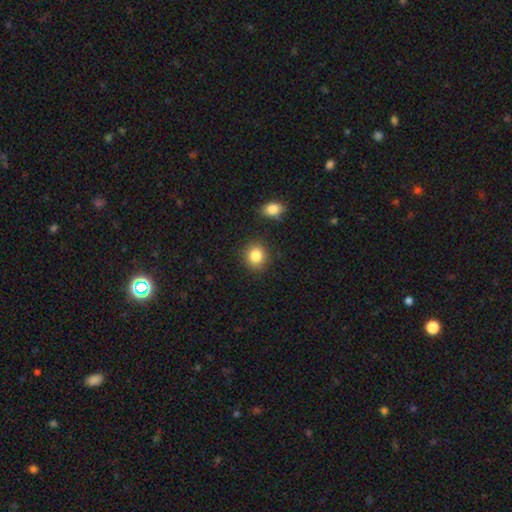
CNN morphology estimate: Smooth or featured? Predicted: smooth (p=0.84). How rounded? Predicted: round (p=0.83). Merging? Predicted: none (p=0.88).